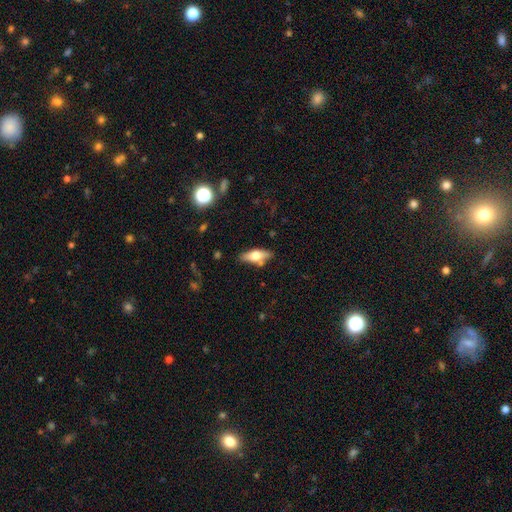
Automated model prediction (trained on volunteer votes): Smooth or featured? Predicted: smooth (p=0.57). How rounded? Predicted: in between (p=0.70). Merging? Predicted: none (p=0.76).